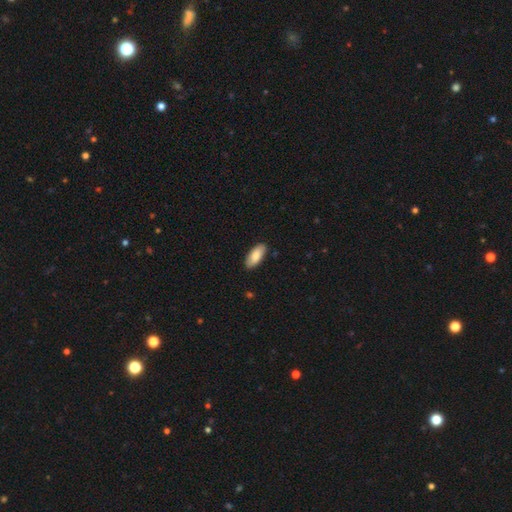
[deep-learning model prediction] A smooth galaxy with no disk features (84%) that is in between round and cigar-shaped (88%).

Vote fractions:
- Smooth or featured? smooth: 84% / featured or disk: 11% / star or artifact: 6%
- How rounded? in between: 88% / cigar-shaped: 11% / round: 2%
- Merging? none: 88% / minor disturbance: 9% / major disturbance: 2% / merger: 1%